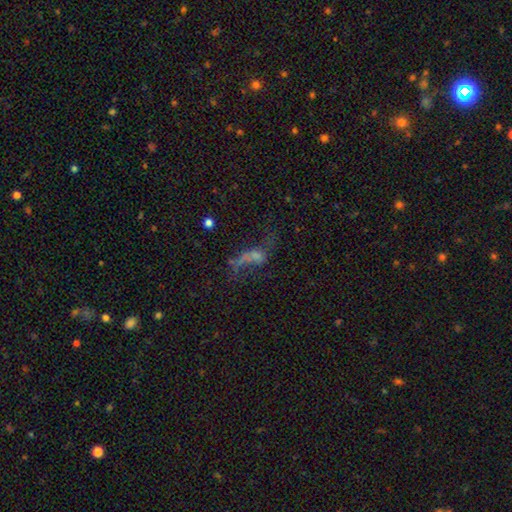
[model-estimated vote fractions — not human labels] The model was most divided on "smooth or featured": featured or disk: 52%, star or artifact: 29%, smooth: 20%. More confident: edge-on disk — no (78%); merging — none (53%).